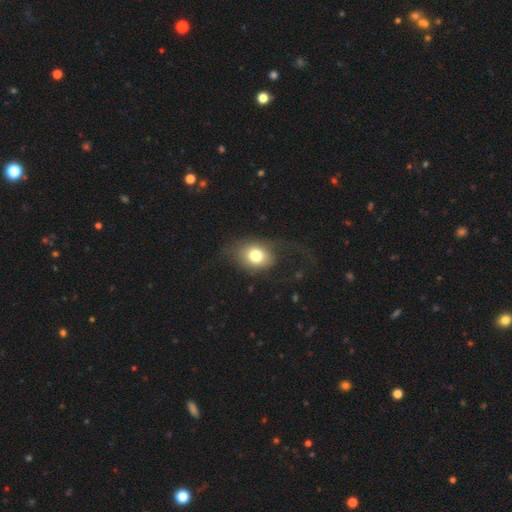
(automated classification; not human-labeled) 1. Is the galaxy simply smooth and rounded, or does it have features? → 73% smooth, 17% featured or disk, 10% star or artifact.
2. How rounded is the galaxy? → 54% in between, 45% round, 1% cigar-shaped.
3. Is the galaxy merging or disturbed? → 50% none, 28% major disturbance, 20% minor disturbance, 2% merger.